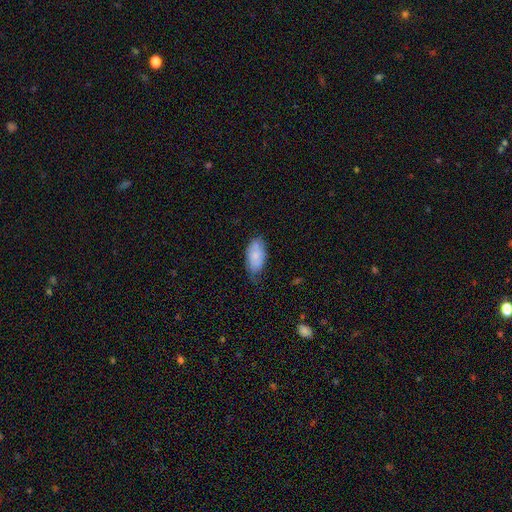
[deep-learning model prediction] Smooth or featured? Predicted: smooth (p=0.76). How rounded? Predicted: in between (p=0.92). Merging? Predicted: none (p=0.52).